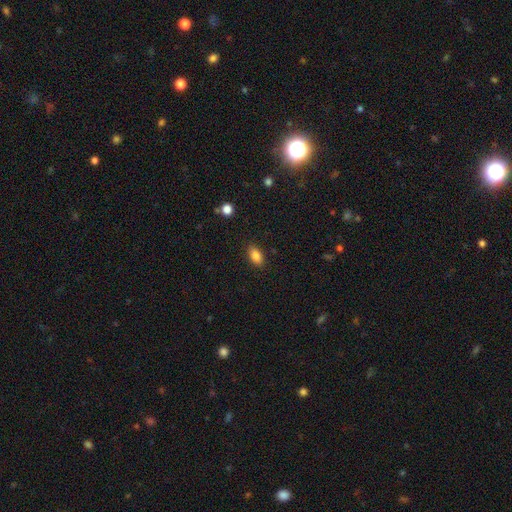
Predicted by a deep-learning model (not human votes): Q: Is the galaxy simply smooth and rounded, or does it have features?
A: smooth — 85%.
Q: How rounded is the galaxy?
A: in between — 90%.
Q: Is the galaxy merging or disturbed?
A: none — 87%.